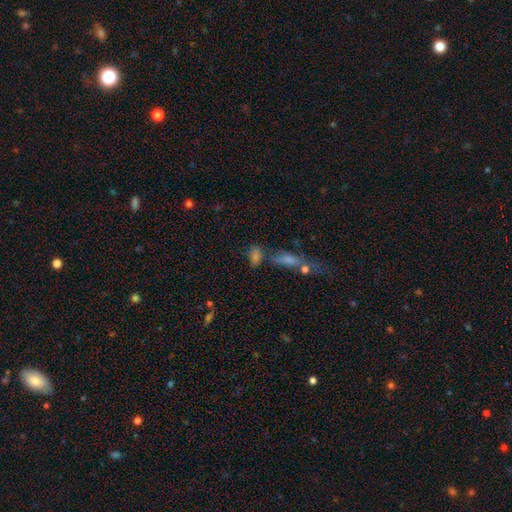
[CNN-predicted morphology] This appears to be a smooth galaxy with no disk features (60%) that is in between round and cigar-shaped (65%). Merging: none (49%).